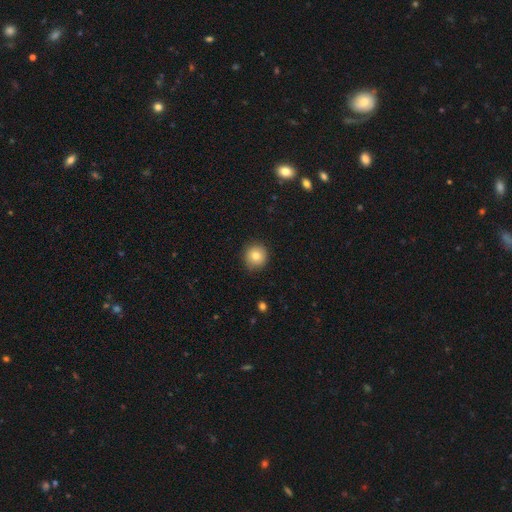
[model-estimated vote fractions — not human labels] A smooth galaxy with no disk features (82%) that is round (91%).

Vote fractions:
- Smooth or featured? smooth: 82% / star or artifact: 10% / featured or disk: 9%
- How rounded? round: 91% / in between: 8% / cigar-shaped: 1%
- Merging? none: 87% / minor disturbance: 10% / major disturbance: 2% / merger: 1%